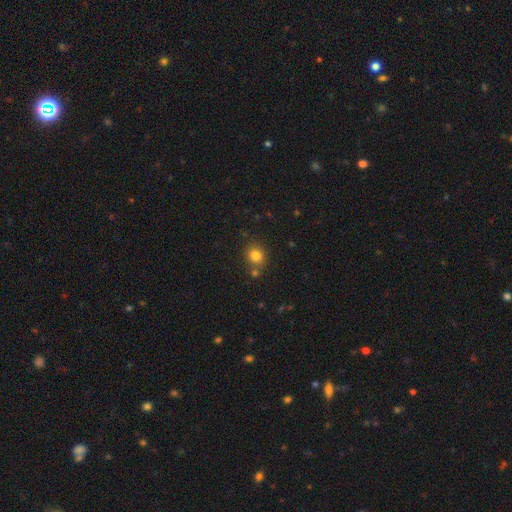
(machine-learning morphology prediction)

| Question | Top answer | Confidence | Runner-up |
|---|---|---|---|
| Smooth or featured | smooth | 80% | star or artifact (13%) |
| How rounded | round | 75% | in between (24%) |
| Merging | none | 74% | merger (13%) |